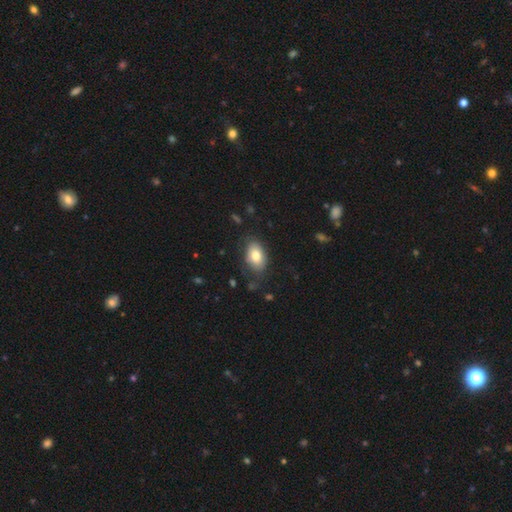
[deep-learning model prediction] This is likely a smooth galaxy (78%). How rounded: clearly in between (90%). Merging: likely none (73%).